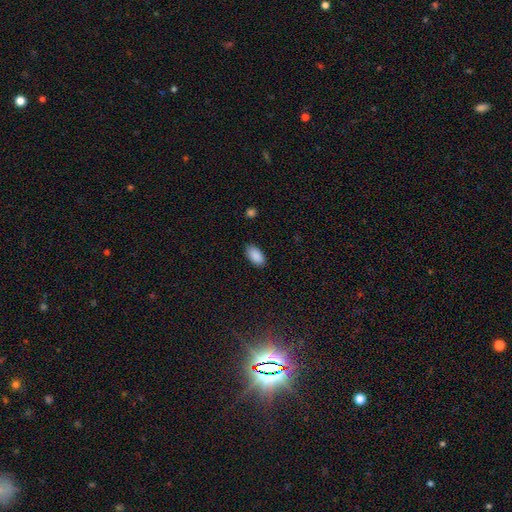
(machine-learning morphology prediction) Smooth or featured?
  - smooth: 90% *
  - star or artifact: 7%
  - featured or disk: 3%
How rounded?
  - in between: 94% *
  - cigar-shaped: 3%
  - round: 3%
Merging?
  - none: 86% *
  - minor disturbance: 11%
  - major disturbance: 2%
  - merger: 1%